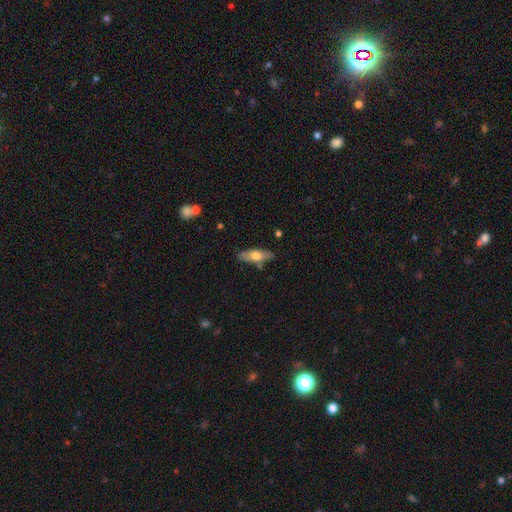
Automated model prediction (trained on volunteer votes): Morphology: type=smooth (58%); roundness=in between (59%); merging=none (78%).